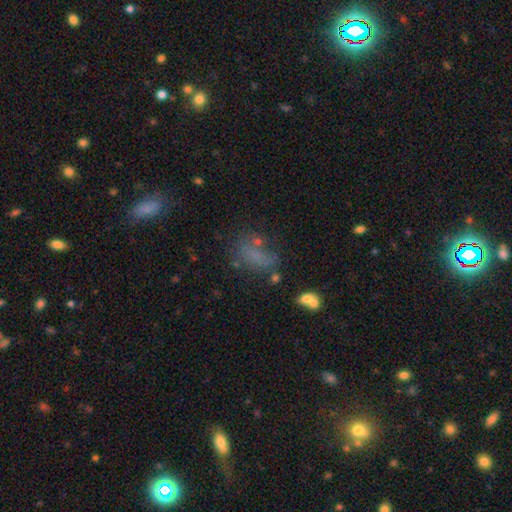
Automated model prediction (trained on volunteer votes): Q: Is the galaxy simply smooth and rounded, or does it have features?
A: smooth — 56%.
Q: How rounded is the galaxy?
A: in between — 75%.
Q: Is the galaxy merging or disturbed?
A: none — 45%.